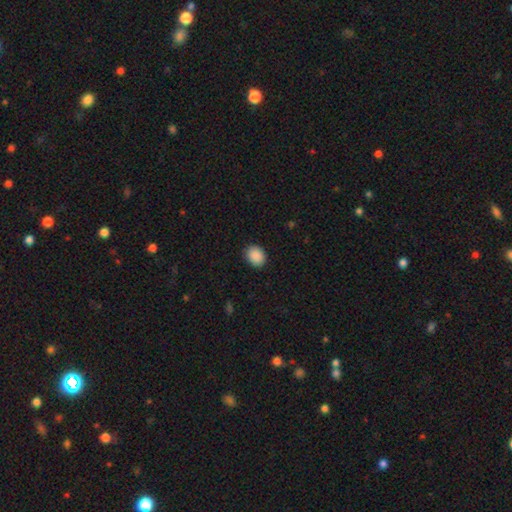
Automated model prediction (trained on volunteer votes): Smooth or featured?
  - smooth: 90% *
  - star or artifact: 8%
  - featured or disk: 3%
How rounded?
  - in between: 52% *
  - round: 47%
  - cigar-shaped: 1%
Merging?
  - none: 89% *
  - minor disturbance: 8%
  - major disturbance: 2%
  - merger: 1%